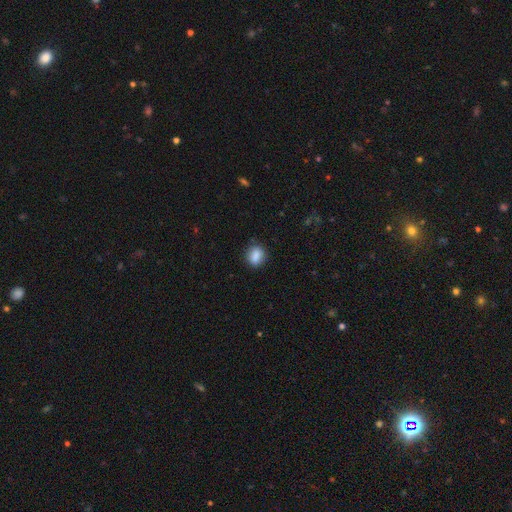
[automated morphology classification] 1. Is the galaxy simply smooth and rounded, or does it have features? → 86% smooth, 8% star or artifact, 5% featured or disk.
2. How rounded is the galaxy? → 55% in between, 44% round, 2% cigar-shaped.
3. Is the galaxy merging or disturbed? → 81% none, 14% minor disturbance, 3% major disturbance, 1% merger.